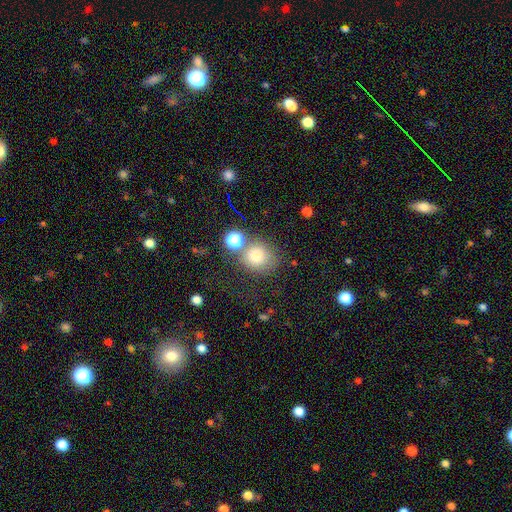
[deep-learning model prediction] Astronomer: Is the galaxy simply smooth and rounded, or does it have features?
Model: smooth — 77%.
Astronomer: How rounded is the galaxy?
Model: round — 82%.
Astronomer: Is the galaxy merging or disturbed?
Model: none — 57%.